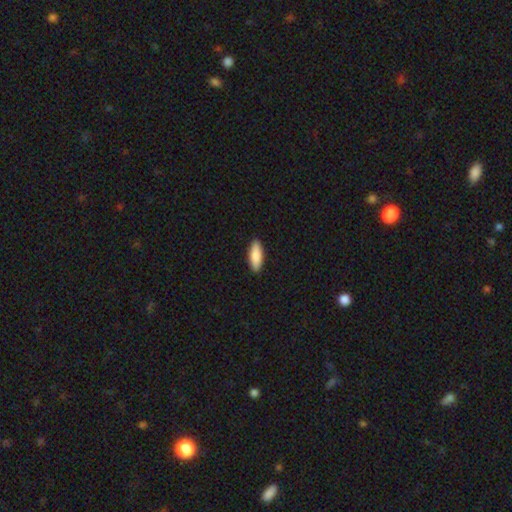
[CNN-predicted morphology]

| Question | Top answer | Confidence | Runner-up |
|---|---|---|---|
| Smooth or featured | smooth | 85% | featured or disk (10%) |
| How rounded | in between | 61% | cigar-shaped (37%) |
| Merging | none | 90% | minor disturbance (7%) |